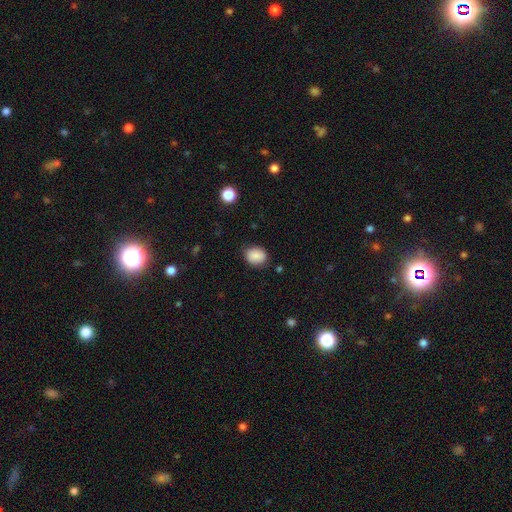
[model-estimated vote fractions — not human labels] Morphology: type=smooth (86%); roundness=round (52%); merging=none (79%).